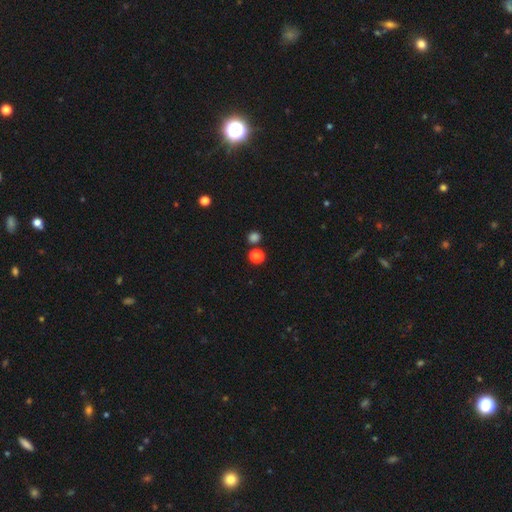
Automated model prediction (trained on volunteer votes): Smooth or featured?
  - smooth: 78% *
  - star or artifact: 19%
  - featured or disk: 4%
How rounded?
  - round: 73% *
  - in between: 26%
  - cigar-shaped: 1%
Merging?
  - none: 77% *
  - merger: 12%
  - minor disturbance: 8%
  - major disturbance: 3%